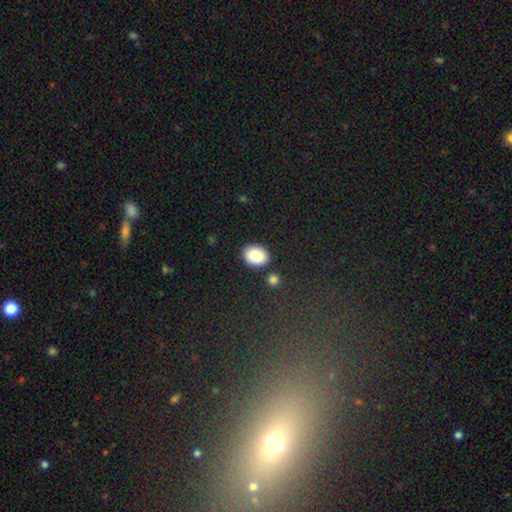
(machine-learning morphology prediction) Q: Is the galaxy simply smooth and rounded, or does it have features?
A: smooth — 89%.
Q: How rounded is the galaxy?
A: in between — 71%.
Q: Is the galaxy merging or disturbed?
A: none — 85%.